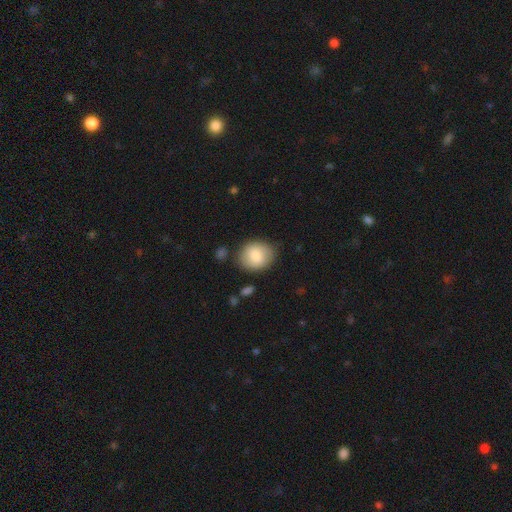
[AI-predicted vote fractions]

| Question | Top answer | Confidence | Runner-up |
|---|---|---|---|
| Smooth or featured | smooth | 83% | featured or disk (11%) |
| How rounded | round | 57% | in between (42%) |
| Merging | none | 80% | minor disturbance (14%) |